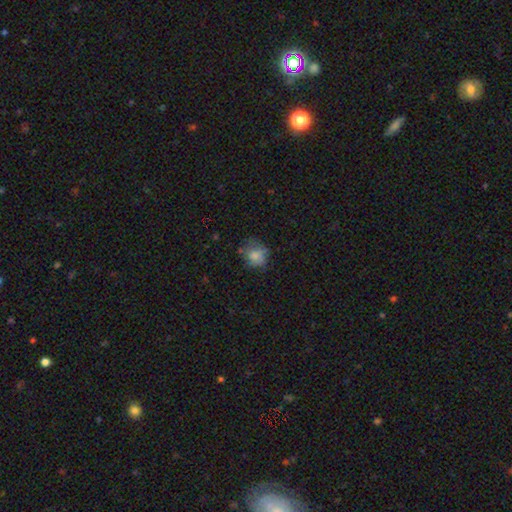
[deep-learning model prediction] A smooth galaxy with no disk features (75%) that is round (75%). Merging: none (57%).